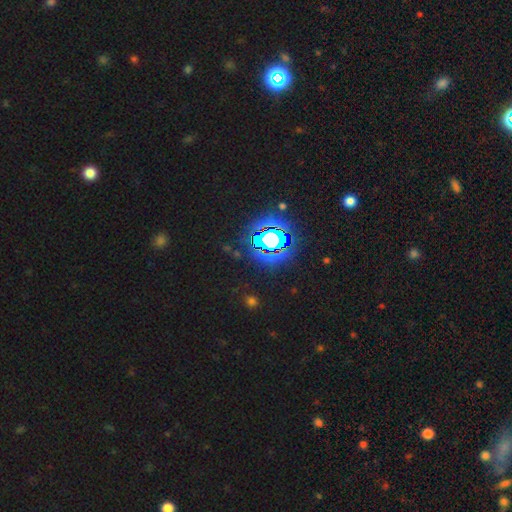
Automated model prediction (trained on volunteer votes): A star or artifact, not a galaxy (83%).

Vote fractions:
- Smooth or featured? star or artifact: 83% / smooth: 10% / featured or disk: 7%